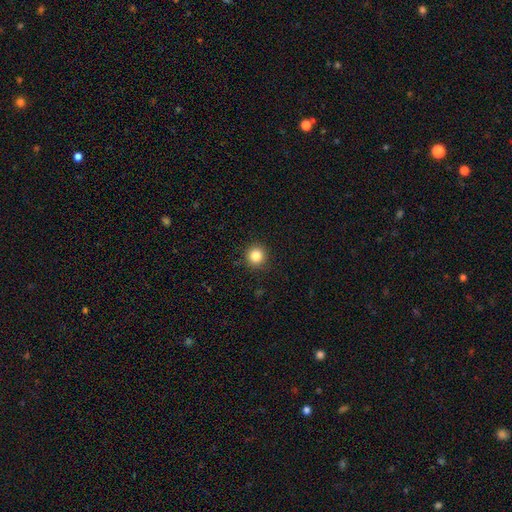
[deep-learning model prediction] A smooth galaxy with no disk features (84%) that is round (94%). Merging: none (91%).